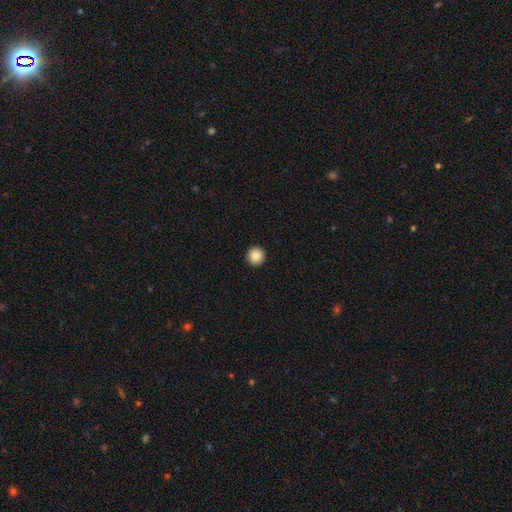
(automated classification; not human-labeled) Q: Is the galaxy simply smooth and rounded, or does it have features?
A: smooth — 87%.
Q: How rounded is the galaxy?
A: round — 96%.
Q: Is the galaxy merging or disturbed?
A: none — 94%.